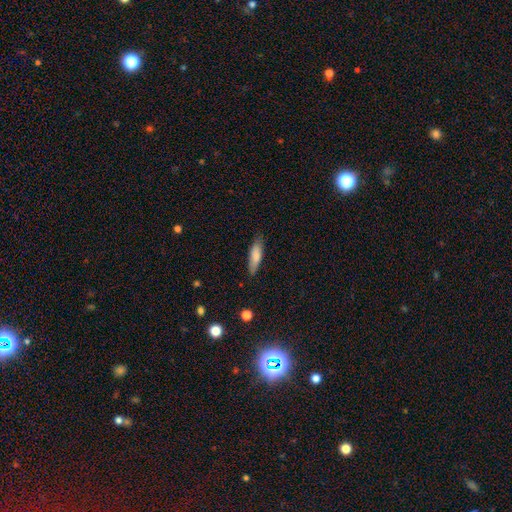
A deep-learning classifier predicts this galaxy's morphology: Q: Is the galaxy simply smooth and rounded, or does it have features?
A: smooth — 80%.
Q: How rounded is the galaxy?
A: cigar-shaped — 60%.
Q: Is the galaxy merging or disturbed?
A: none — 80%.